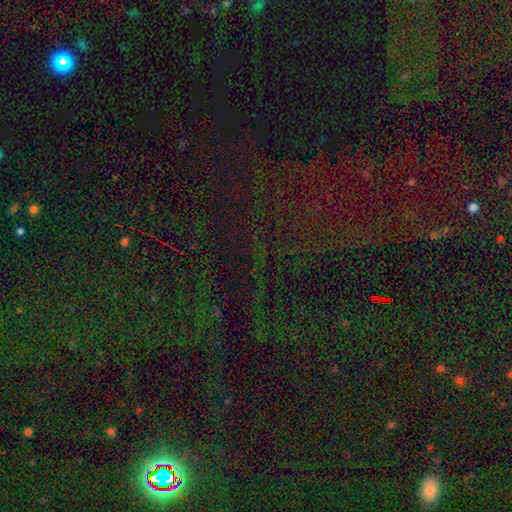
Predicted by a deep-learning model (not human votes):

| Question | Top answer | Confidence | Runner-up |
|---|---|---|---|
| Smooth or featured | star or artifact | 81% | smooth (11%) |